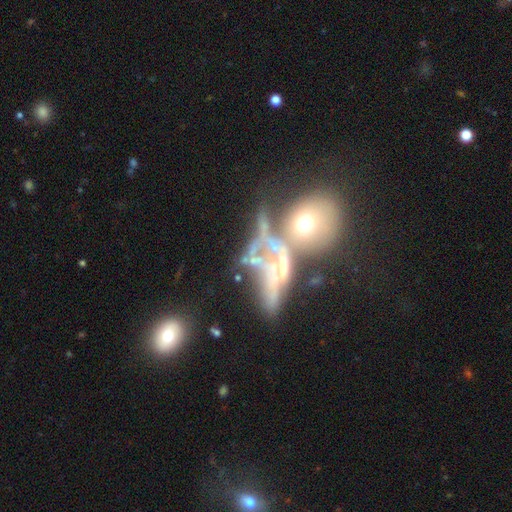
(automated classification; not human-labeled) This appears to be a featured or disk galaxy (51%). Merging: merger (44%).